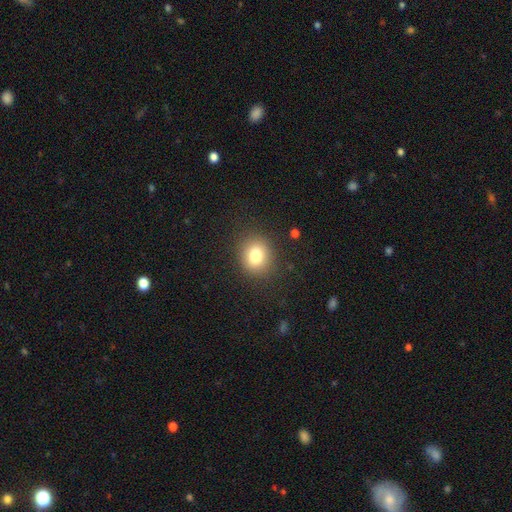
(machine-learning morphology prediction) A smooth galaxy with no disk features (80%) that is round (71%).

Vote fractions:
- Smooth or featured? smooth: 80% / star or artifact: 11% / featured or disk: 9%
- How rounded? round: 71% / in between: 28% / cigar-shaped: 1%
- Merging? none: 87% / minor disturbance: 8% / major disturbance: 3% / merger: 1%